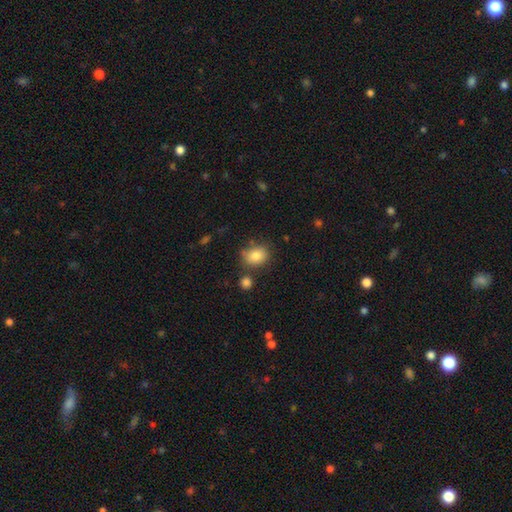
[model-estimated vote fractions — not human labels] Overall: smooth (83%). How rounded: in between (51%; round 48%). Merging: none (70%).